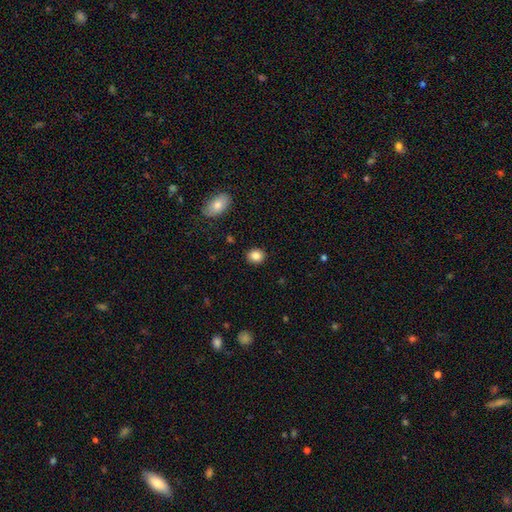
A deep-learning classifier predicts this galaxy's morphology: Overall: smooth (86%). How rounded: round (67%; in between 32%). Merging: none (90%).